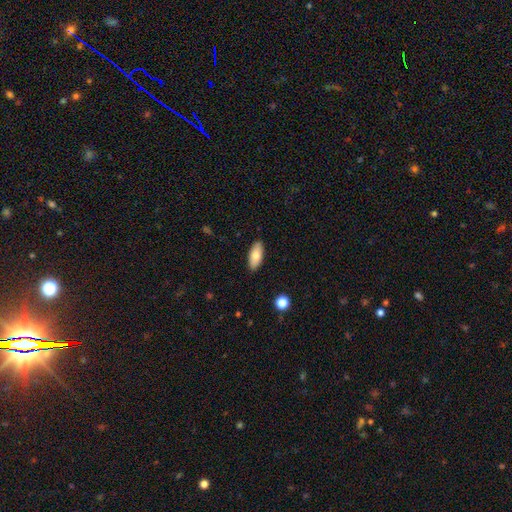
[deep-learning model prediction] Smooth or featured?
  - smooth: 78% *
  - featured or disk: 16%
  - star or artifact: 7%
How rounded?
  - in between: 85% *
  - cigar-shaped: 12%
  - round: 2%
Merging?
  - none: 89% *
  - minor disturbance: 9%
  - major disturbance: 2%
  - merger: 1%